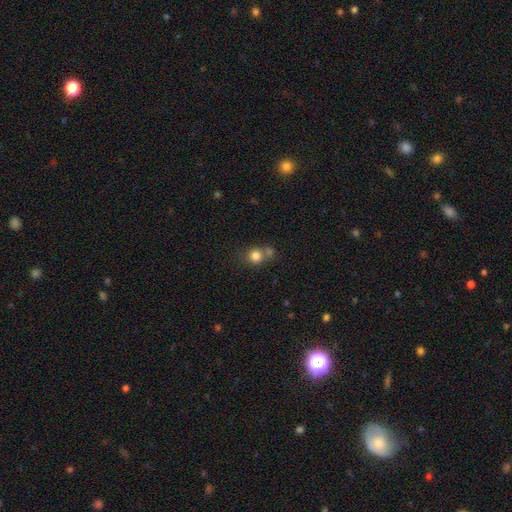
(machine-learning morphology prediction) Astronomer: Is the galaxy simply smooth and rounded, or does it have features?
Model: smooth — 80%.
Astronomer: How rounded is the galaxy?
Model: round — 83%.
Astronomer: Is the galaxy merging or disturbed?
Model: none — 50% (runner-up: merger, 34%).